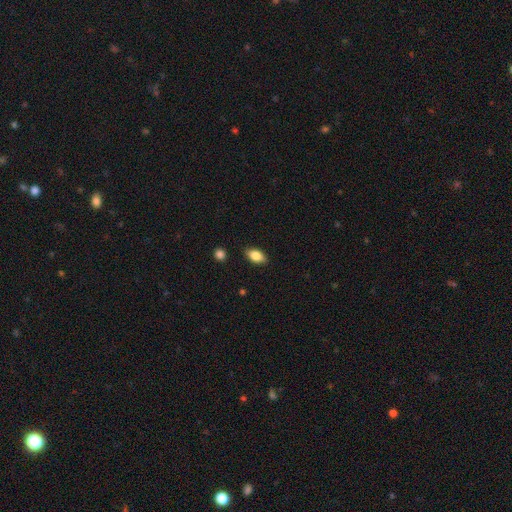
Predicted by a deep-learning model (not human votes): Smooth or featured? smooth (84%)
How rounded? in between (91%)
Merging? none (88%)